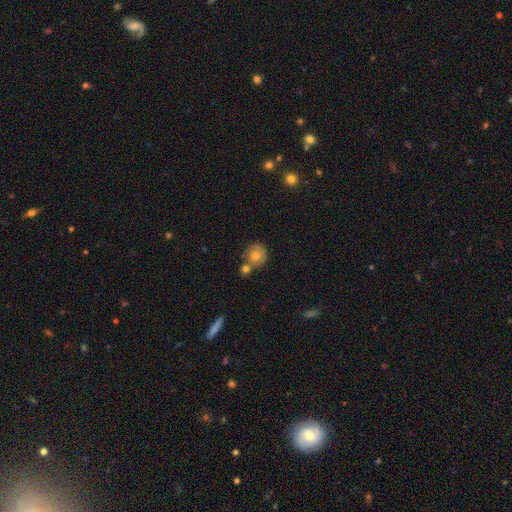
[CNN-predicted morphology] This appears to be a smooth galaxy with no disk features (70%) that is round (87%). Merging: none (59%).